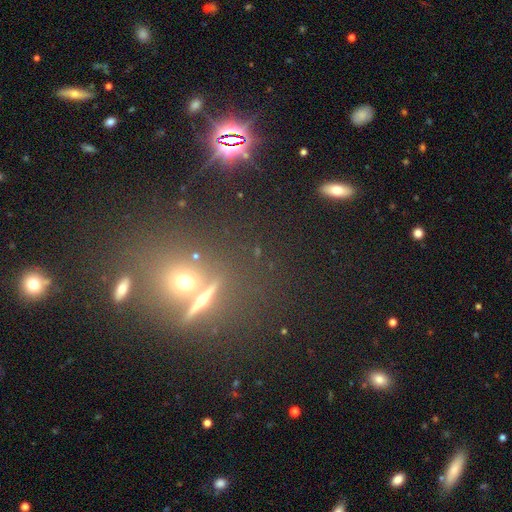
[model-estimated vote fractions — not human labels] This is possibly a star or artifact rather than a galaxy (55%).